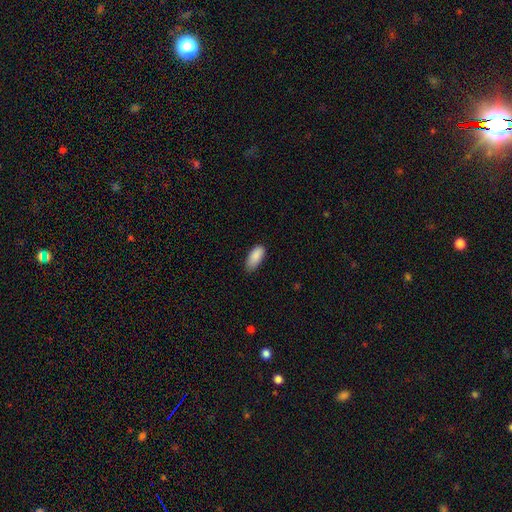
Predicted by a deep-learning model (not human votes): This appears to be a smooth galaxy with no disk features (89%) that is in between round and cigar-shaped (89%). Merging: none (71%).